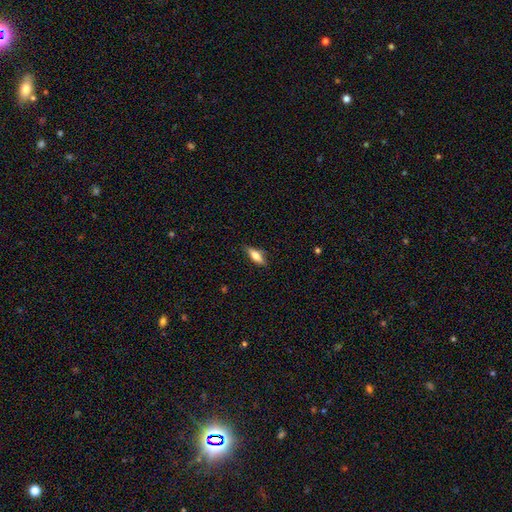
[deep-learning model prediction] A smooth galaxy with no disk features (62%) that is in between round and cigar-shaped (52%). Merging: none (81%).